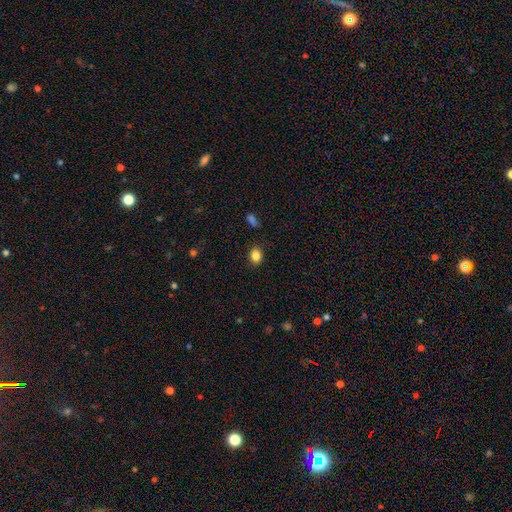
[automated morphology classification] Smooth or featured?
  - smooth: 85% *
  - star or artifact: 10%
  - featured or disk: 4%
How rounded?
  - in between: 53% *
  - round: 46%
  - cigar-shaped: 1%
Merging?
  - none: 86% *
  - minor disturbance: 10%
  - major disturbance: 3%
  - merger: 1%